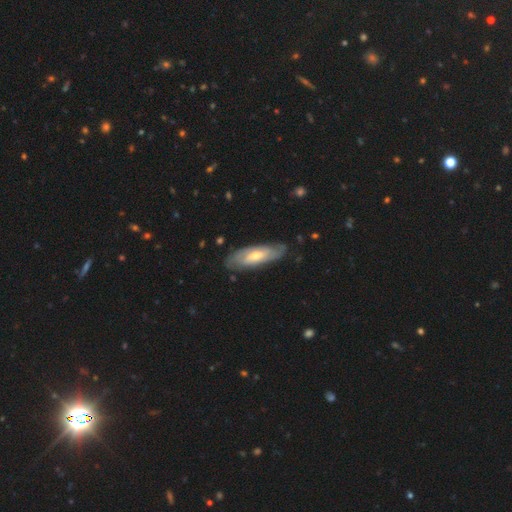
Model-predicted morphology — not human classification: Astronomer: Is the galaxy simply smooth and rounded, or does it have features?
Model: featured or disk — 64%.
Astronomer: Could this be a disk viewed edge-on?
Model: no — 76%.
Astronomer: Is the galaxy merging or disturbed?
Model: none — 81%.